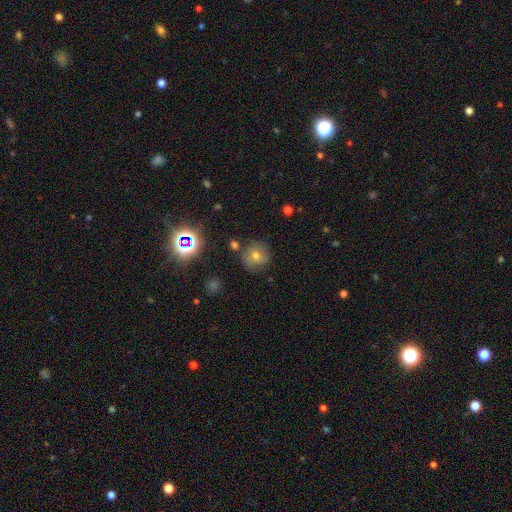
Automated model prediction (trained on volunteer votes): Smooth or featured?
  - smooth: 51% *
  - featured or disk: 27%
  - star or artifact: 22%
How rounded?
  - round: 89% *
  - in between: 10%
  - cigar-shaped: 1%
Merging?
  - none: 76% *
  - minor disturbance: 15%
  - major disturbance: 5%
  - merger: 4%